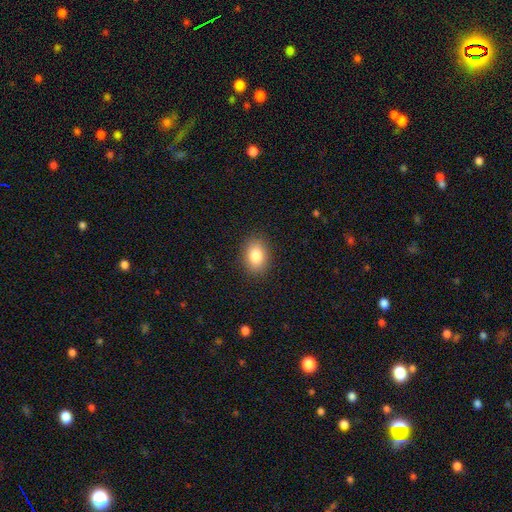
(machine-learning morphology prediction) Smooth or featured? smooth (85%)
How rounded? in between (74%)
Merging? none (88%)